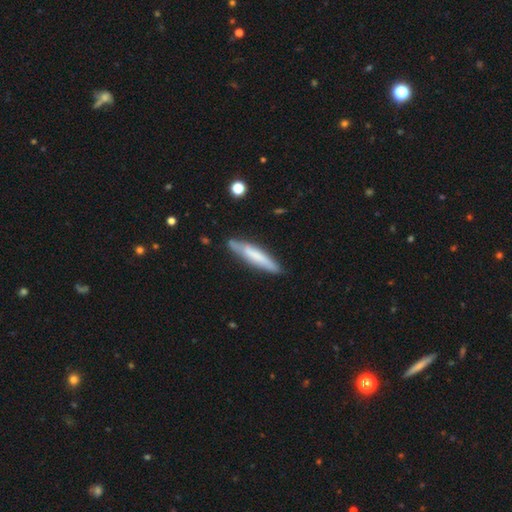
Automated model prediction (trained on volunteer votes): Smooth or featured?
  - smooth: 62% *
  - featured or disk: 32%
  - star or artifact: 6%
How rounded?
  - cigar-shaped: 87% *
  - in between: 11%
  - round: 1%
Merging?
  - none: 79% *
  - minor disturbance: 16%
  - major disturbance: 3%
  - merger: 2%